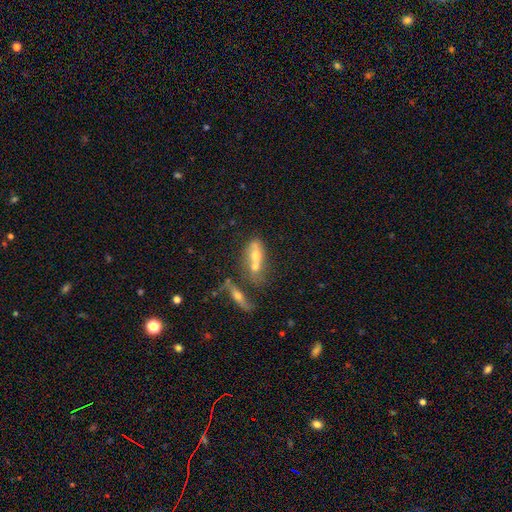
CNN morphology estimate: Smooth or featured? smooth (49%)
Merging? merger (62%)